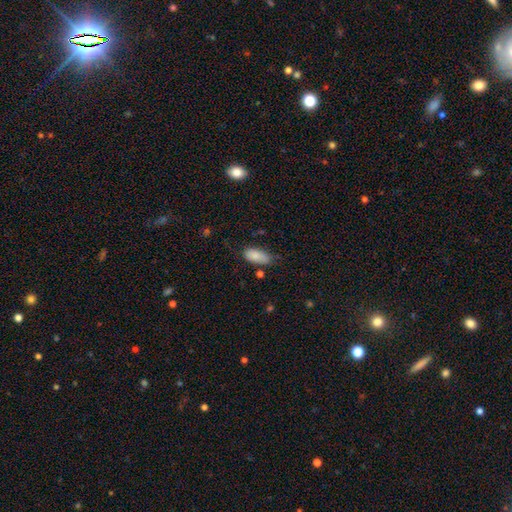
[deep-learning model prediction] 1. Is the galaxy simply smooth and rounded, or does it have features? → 86% smooth, 7% star or artifact, 6% featured or disk.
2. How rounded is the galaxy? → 89% in between, 9% cigar-shaped, 2% round.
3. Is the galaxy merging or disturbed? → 64% none, 27% minor disturbance, 6% major disturbance, 4% merger.